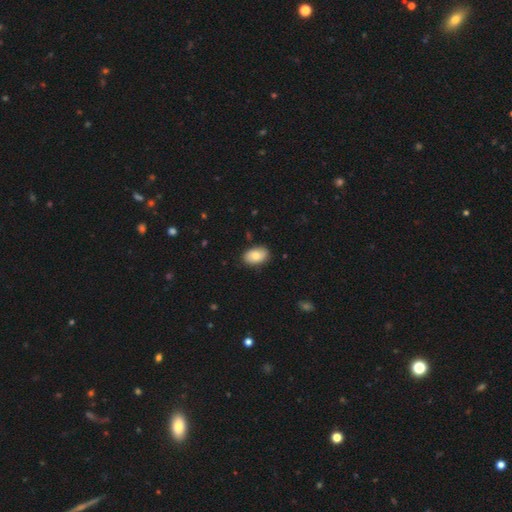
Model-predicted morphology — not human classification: Smooth or featured? smooth (77%)
How rounded? in between (90%)
Merging? none (86%)